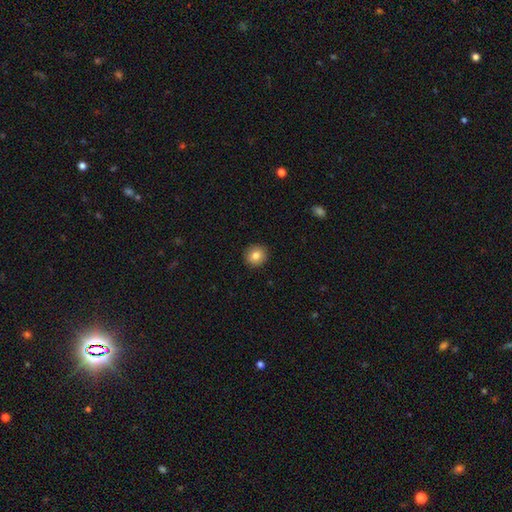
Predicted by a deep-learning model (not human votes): A smooth galaxy with no disk features (83%) that is round (92%). Merging: none (92%).